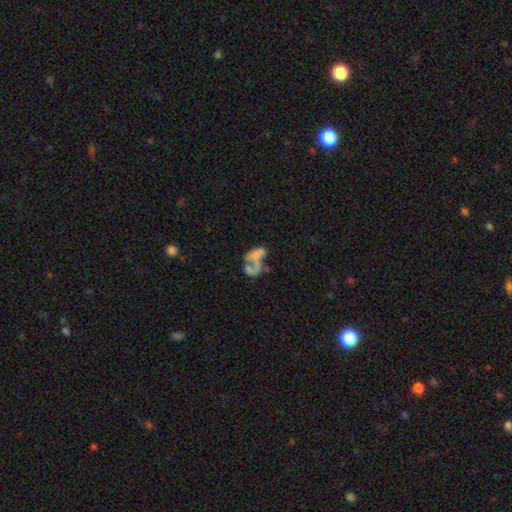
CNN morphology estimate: Smooth or featured? Predicted: featured or disk (p=0.47). Merging? Predicted: merger (p=0.55).